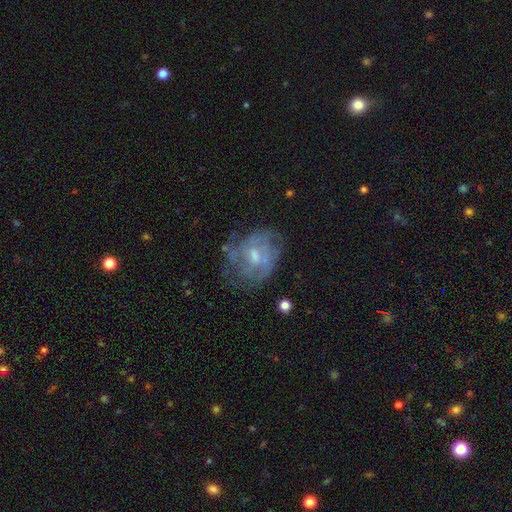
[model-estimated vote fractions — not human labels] A featured or disk galaxy (68%) with no bar (54%), spiral arms (61%) and a moderate central bulge (49%). Merging: none (55%).